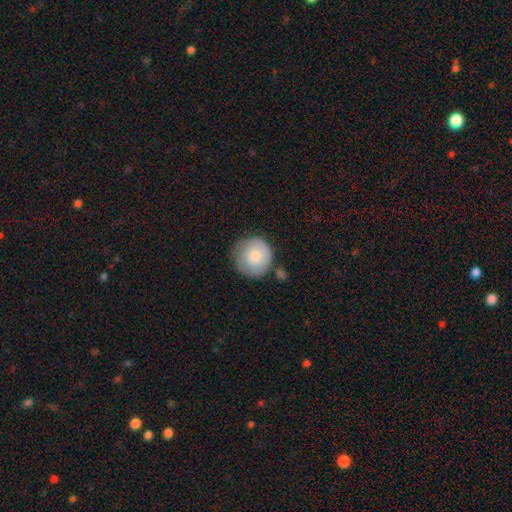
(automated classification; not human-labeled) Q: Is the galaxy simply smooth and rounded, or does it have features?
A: smooth — 72%.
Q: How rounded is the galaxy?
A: round — 93%.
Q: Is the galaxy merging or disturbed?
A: none — 66%.